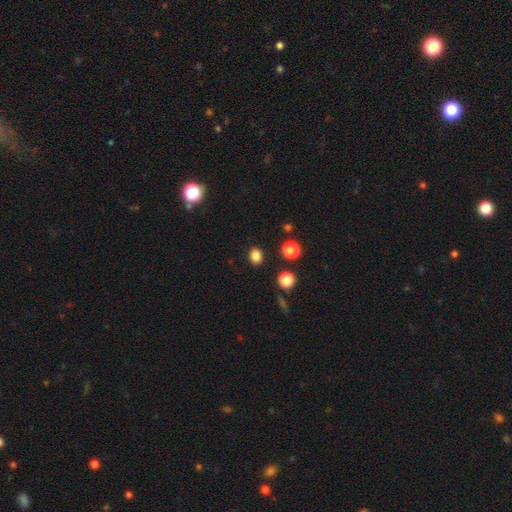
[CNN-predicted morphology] This appears to be a smooth galaxy with no disk features (84%) that is round (56%). Merging: none (88%).